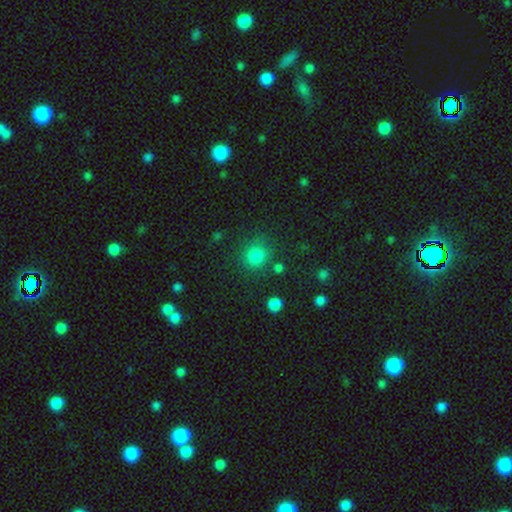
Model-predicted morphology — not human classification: Overall: smooth (81%). How rounded: round (85%). Merging: none (77%).